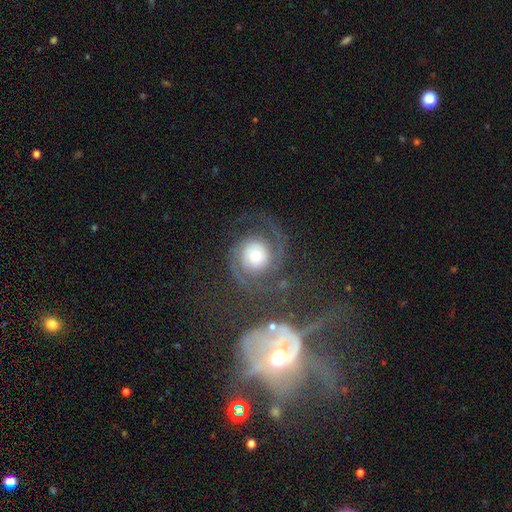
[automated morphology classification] featured or disk 80%, smooth 12%, star or artifact 8%. Down the decision tree: edge-on disk — no (98%); bar — no (76%); spiral arms — yes (96%); spiral arm count — 2 (84%); spiral winding — medium (44%); bulge size — moderate (52%); merging — none (63%).